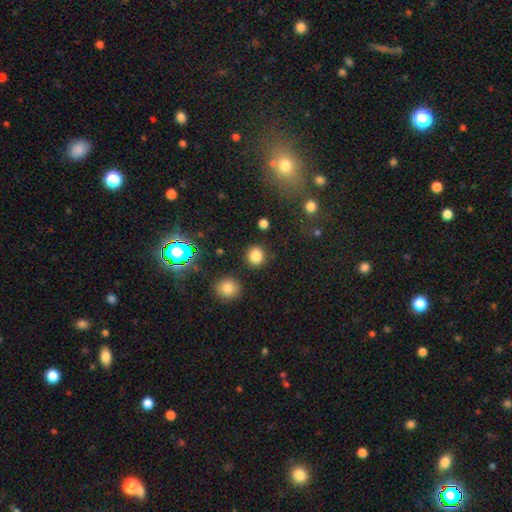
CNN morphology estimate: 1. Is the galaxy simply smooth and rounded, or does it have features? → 82% smooth, 13% star or artifact, 5% featured or disk.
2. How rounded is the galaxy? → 87% round, 12% in between, 1% cigar-shaped.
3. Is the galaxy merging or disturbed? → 87% none, 7% minor disturbance, 3% major disturbance, 3% merger.